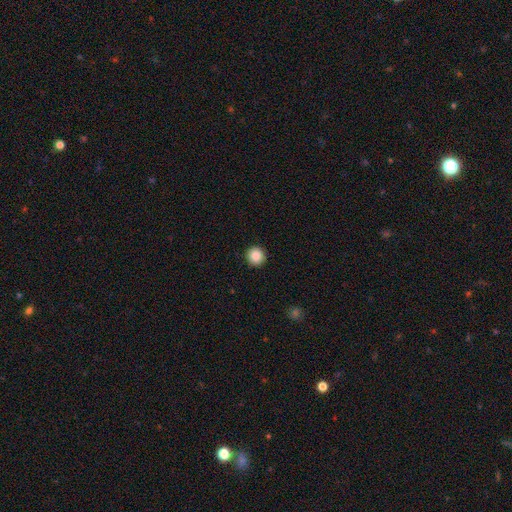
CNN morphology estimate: smooth-or-featured: smooth: 88% | star or artifact: 9% | featured or disk: 3%
  how-rounded: round: 95% | in between: 4% | cigar-shaped: 1%
  merging: none: 93% | minor disturbance: 5% | major disturbance: 2% | merger: 1%